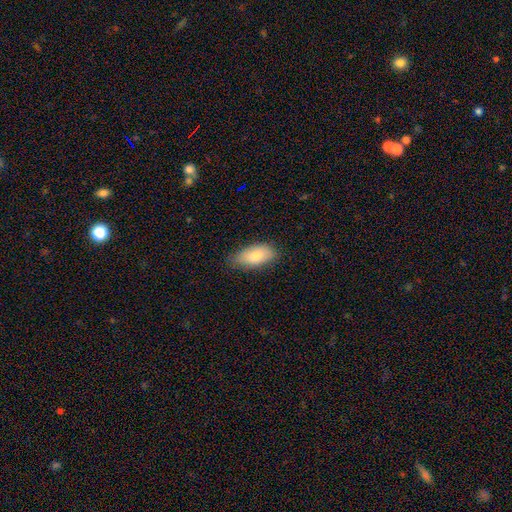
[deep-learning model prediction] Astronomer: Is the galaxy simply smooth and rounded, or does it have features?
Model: smooth — 81%.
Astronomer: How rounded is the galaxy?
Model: in between — 92%.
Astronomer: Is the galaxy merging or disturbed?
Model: none — 75%.